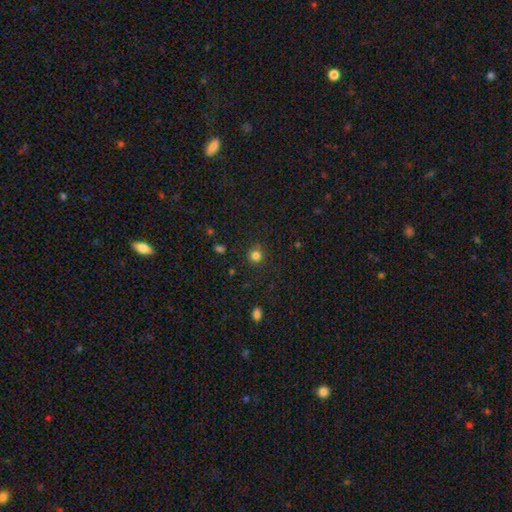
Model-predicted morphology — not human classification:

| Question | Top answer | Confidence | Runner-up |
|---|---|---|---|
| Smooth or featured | smooth | 81% | star or artifact (14%) |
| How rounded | round | 92% | in between (7%) |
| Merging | none | 88% | minor disturbance (8%) |